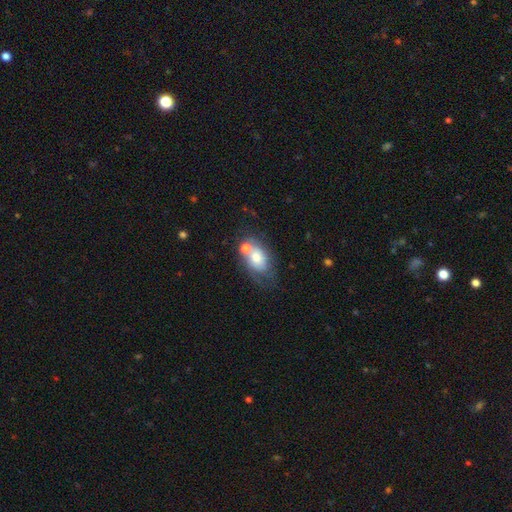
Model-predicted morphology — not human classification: A smooth galaxy with no disk features (54%) that is in between round and cigar-shaped (77%).

Vote fractions:
- Smooth or featured? smooth: 54% / featured or disk: 35% / star or artifact: 10%
- How rounded? in between: 77% / round: 21% / cigar-shaped: 2%
- Merging? none: 41% / merger: 27% / minor disturbance: 20% / major disturbance: 12%